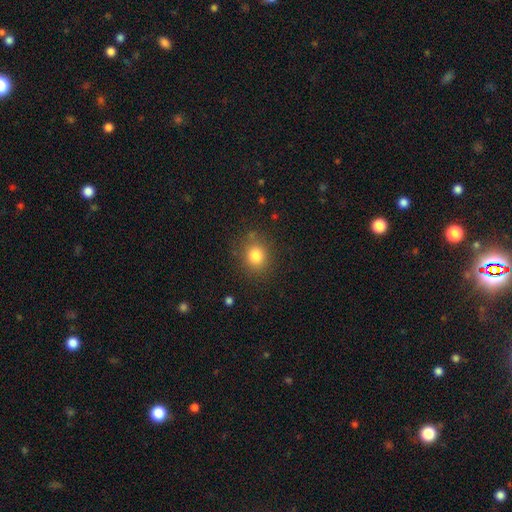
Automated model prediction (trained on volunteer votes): smooth-or-featured: smooth: 81% | star or artifact: 12% | featured or disk: 7%
  how-rounded: round: 73% | in between: 26% | cigar-shaped: 1%
  merging: none: 83% | minor disturbance: 11% | major disturbance: 4% | merger: 2%